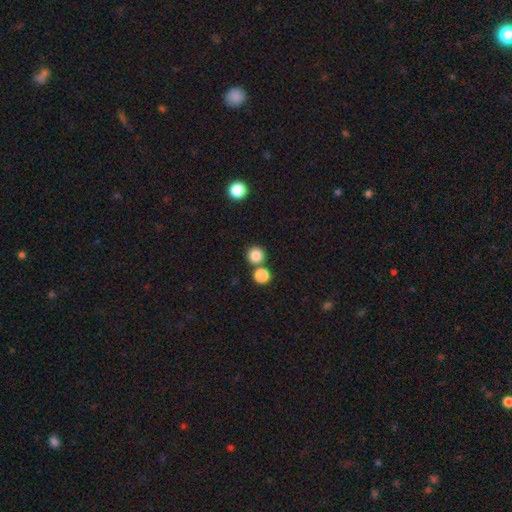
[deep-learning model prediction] Smooth or featured? smooth (85%)
How rounded? round (92%)
Merging? none (70%)